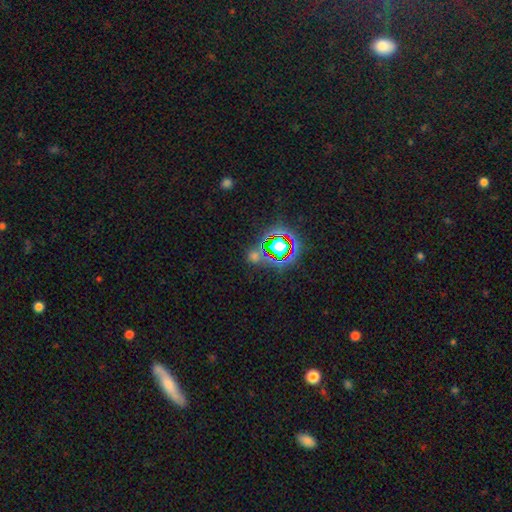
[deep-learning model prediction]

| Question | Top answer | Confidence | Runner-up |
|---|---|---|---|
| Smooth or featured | star or artifact | 63% | smooth (27%) |